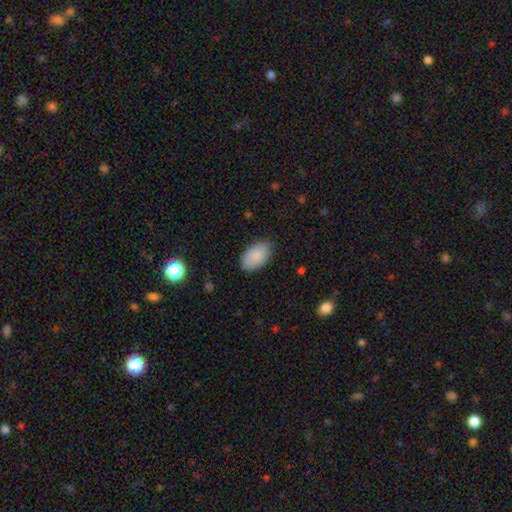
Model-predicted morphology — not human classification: The model was most divided on "merging": none: 83%, minor disturbance: 13%, major disturbance: 3%, merger: 1%. More confident: how rounded — in between (94%); smooth or featured — smooth (88%).